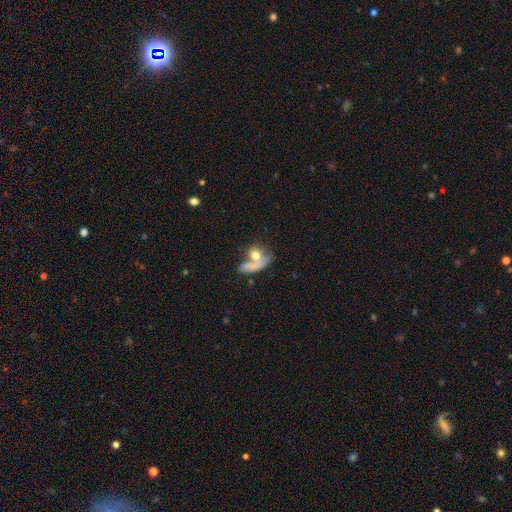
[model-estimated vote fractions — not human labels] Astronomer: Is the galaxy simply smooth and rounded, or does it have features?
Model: smooth — 69%.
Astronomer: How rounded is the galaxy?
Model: in between — 49% (runner-up: round, 41%).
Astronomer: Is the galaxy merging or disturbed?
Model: merger — 45% (runner-up: none, 30%).